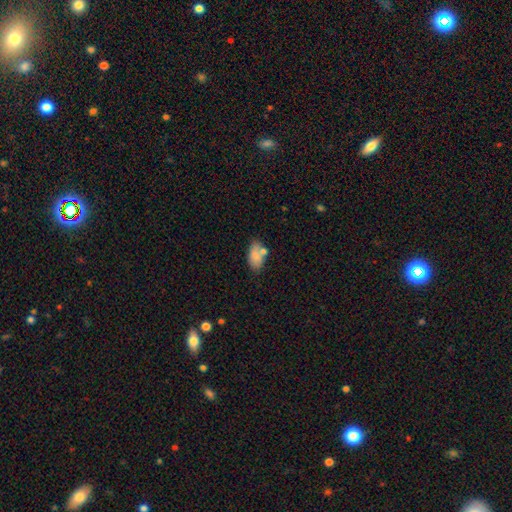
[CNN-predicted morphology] smooth 78%, featured or disk 14%, star or artifact 8%. Down the decision tree: how rounded — in between (91%); merging — none (56%).